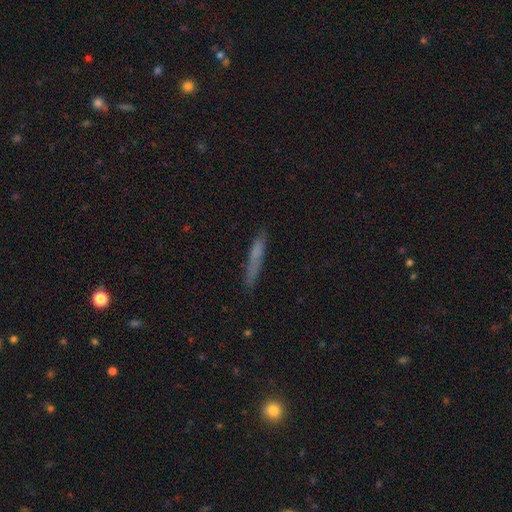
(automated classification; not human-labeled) This appears to be a smooth galaxy with no disk features (64%) that is cigar-shaped (94%). Merging: none (82%).